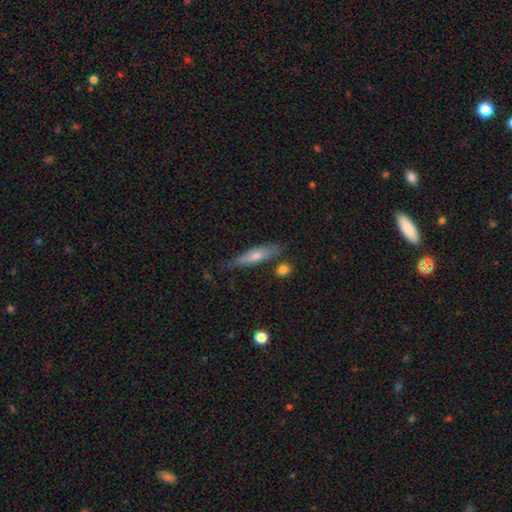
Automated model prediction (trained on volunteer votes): smooth-or-featured: smooth: 54% | featured or disk: 39% | star or artifact: 7%
  how-rounded: cigar-shaped: 73% | in between: 24% | round: 2%
  merging: none: 67% | minor disturbance: 21% | merger: 7% | major disturbance: 5%